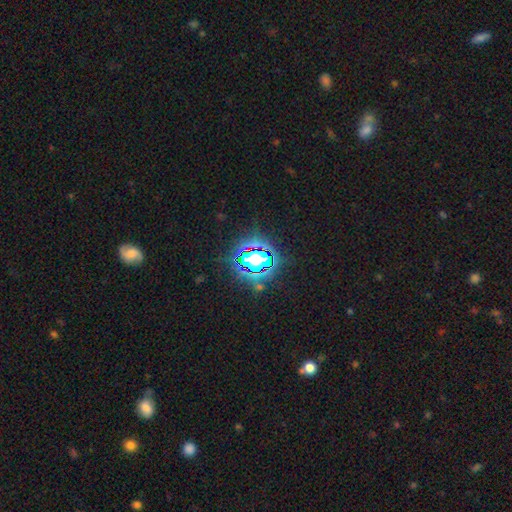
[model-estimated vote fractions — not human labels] This appears to be a star or artifact, not a galaxy (79%).